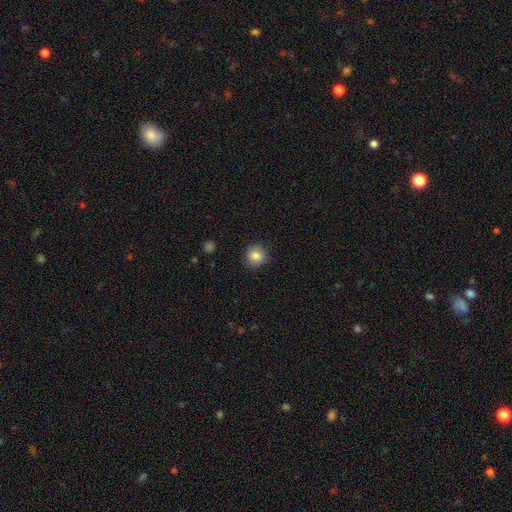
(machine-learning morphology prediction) This appears to be a smooth galaxy with no disk features (83%) that is round (88%). Merging: none (85%).